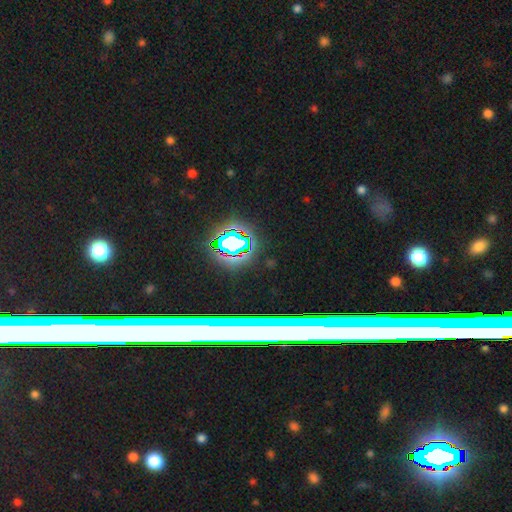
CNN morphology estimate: smooth-or-featured: star or artifact: 61% | featured or disk: 22% | smooth: 18%